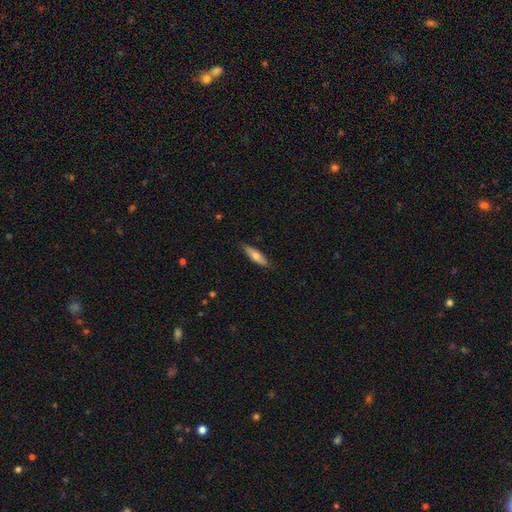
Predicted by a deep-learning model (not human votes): smooth_or_featured: smooth (p=0.62) [alt: featured or disk p=0.33]
how_rounded: cigar-shaped (p=0.65) [alt: in between p=0.33]
merging: none (p=0.86) [alt: minor disturbance p=0.11]